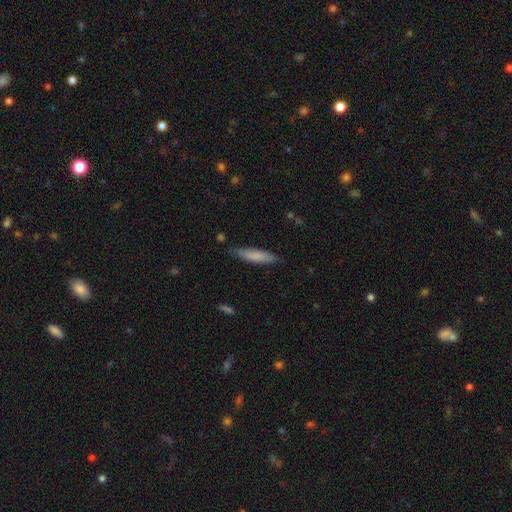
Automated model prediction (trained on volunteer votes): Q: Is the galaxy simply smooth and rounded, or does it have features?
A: smooth — 77%.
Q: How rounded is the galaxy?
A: cigar-shaped — 83%.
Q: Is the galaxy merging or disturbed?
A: none — 82%.